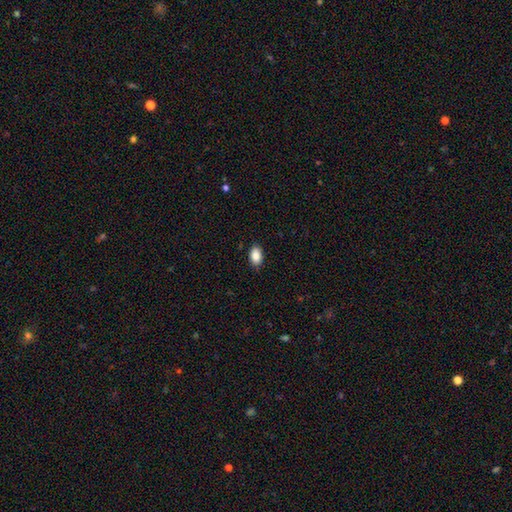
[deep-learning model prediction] Morphology: type=smooth (89%); roundness=in between (91%); merging=none (87%).